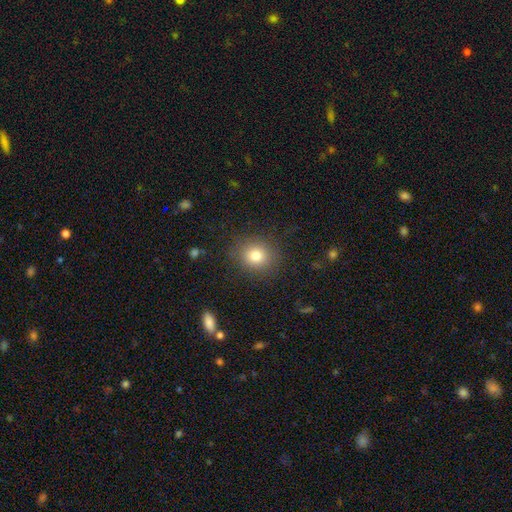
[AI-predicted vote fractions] This appears to be a smooth galaxy with no disk features (79%) that is round (80%). Merging: none (87%).